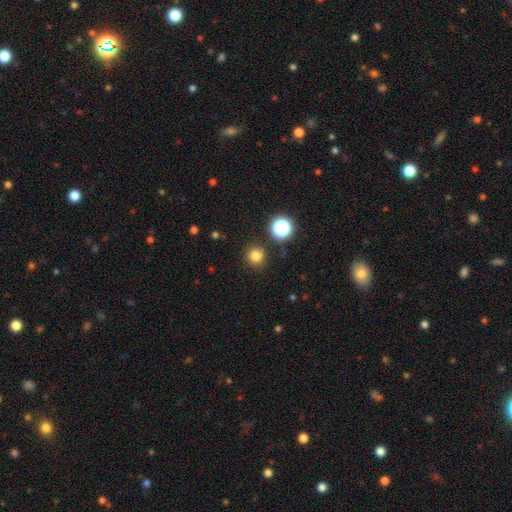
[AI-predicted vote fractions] smooth_or_featured: smooth (p=0.80) [alt: star or artifact p=0.16]
how_rounded: round (p=0.94) [alt: in between p=0.05]
merging: none (p=0.90) [alt: minor disturbance p=0.06]